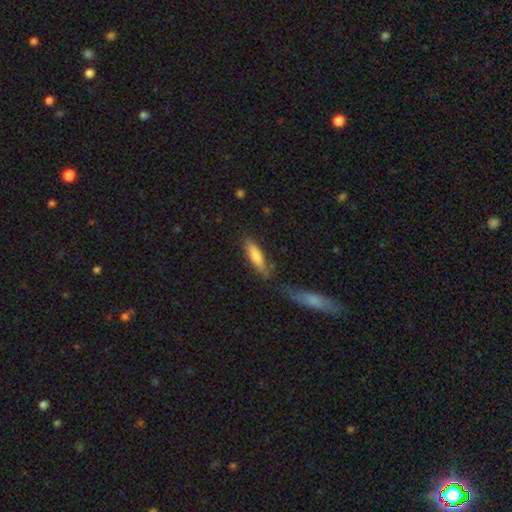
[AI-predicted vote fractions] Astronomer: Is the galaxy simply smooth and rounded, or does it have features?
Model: smooth — 76%.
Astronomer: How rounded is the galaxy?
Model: cigar-shaped — 64%.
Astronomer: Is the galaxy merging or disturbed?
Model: none — 70%.